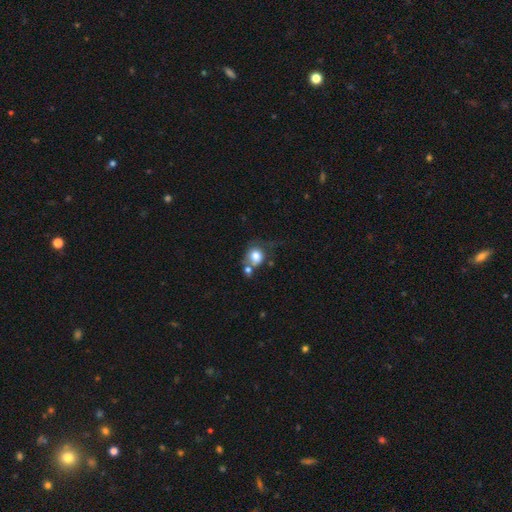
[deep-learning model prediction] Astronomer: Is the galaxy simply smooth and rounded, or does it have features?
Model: smooth — 76%.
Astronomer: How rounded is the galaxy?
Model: round — 68%.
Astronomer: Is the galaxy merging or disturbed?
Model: merger — 37% (runner-up: none, 30%).